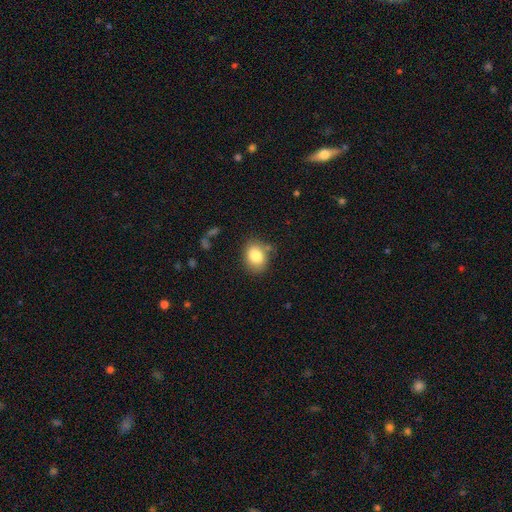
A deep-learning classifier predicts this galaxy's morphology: smooth_or_featured: smooth (p=0.83) [alt: featured or disk p=0.08]
how_rounded: in between (p=0.60) [alt: round p=0.39]
merging: none (p=0.75) [alt: minor disturbance p=0.16]